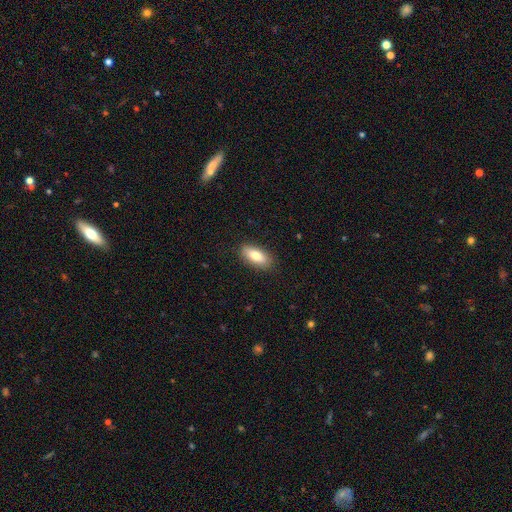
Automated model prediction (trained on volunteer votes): smooth-or-featured: smooth: 79% | featured or disk: 14% | star or artifact: 7%
  how-rounded: in between: 83% | cigar-shaped: 14% | round: 3%
  merging: none: 87% | minor disturbance: 9% | major disturbance: 2% | merger: 1%